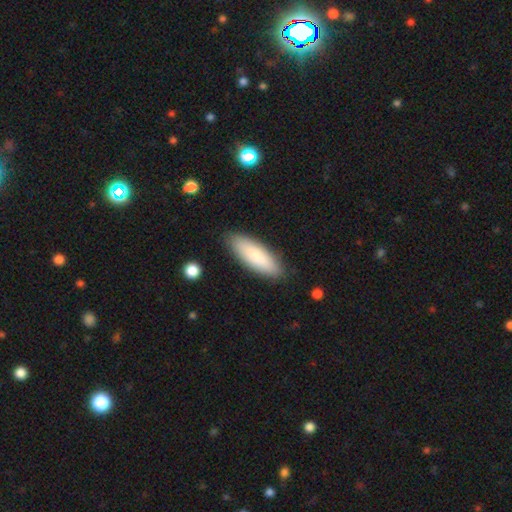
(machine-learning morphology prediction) smooth-or-featured: smooth: 80% | featured or disk: 14% | star or artifact: 6%
  how-rounded: in between: 56% | cigar-shaped: 42% | round: 2%
  merging: none: 88% | minor disturbance: 9% | major disturbance: 2% | merger: 1%